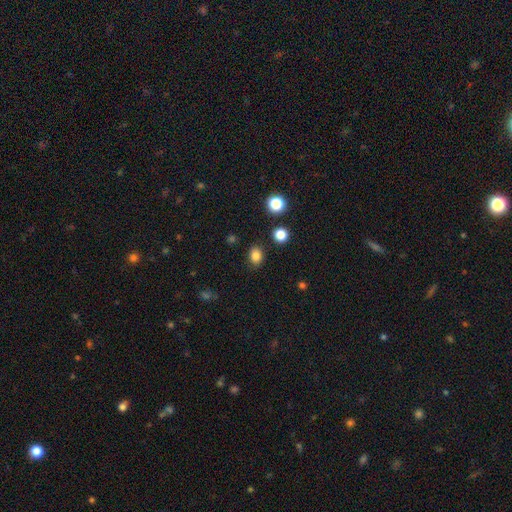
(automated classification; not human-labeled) A smooth galaxy with no disk features (83%) that is in between round and cigar-shaped (59%).

Vote fractions:
- Smooth or featured? smooth: 83% / star or artifact: 12% / featured or disk: 5%
- How rounded? in between: 59% / round: 40% / cigar-shaped: 1%
- Merging? none: 85% / minor disturbance: 9% / major disturbance: 3% / merger: 3%